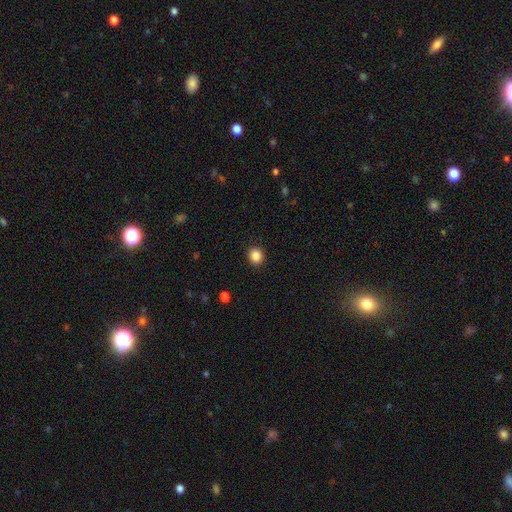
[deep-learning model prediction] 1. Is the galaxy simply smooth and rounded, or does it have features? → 86% smooth, 10% star or artifact, 4% featured or disk.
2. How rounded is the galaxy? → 81% round, 18% in between, 1% cigar-shaped.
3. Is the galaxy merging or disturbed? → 92% none, 5% minor disturbance, 2% major disturbance, 1% merger.